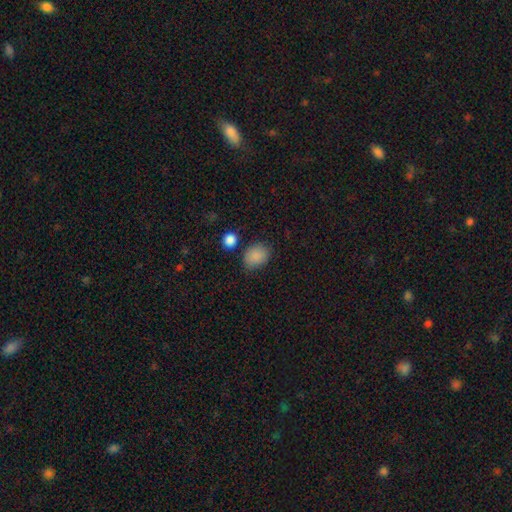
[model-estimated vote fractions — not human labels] smooth-or-featured: smooth: 87% | star or artifact: 9% | featured or disk: 4%
  how-rounded: in between: 63% | round: 36% | cigar-shaped: 1%
  merging: none: 76% | minor disturbance: 15% | merger: 4% | major disturbance: 4%